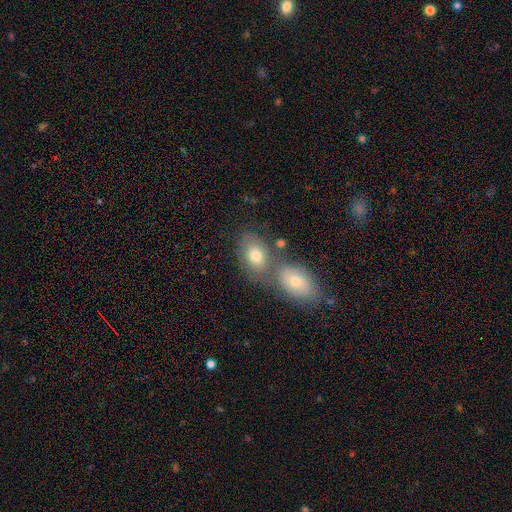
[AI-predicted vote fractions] Smooth or featured: smooth — 73% (featured or disk — 19%)
How rounded: in between — 82% (round — 16%)
Merging: none — 45% (merger — 38%)